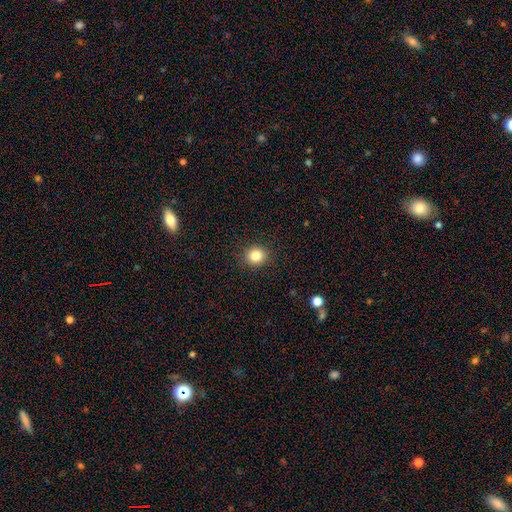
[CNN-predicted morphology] smooth-or-featured: smooth: 84% | star or artifact: 11% | featured or disk: 5%
  how-rounded: round: 84% | in between: 15% | cigar-shaped: 1%
  merging: none: 91% | minor disturbance: 6% | major disturbance: 2% | merger: 1%